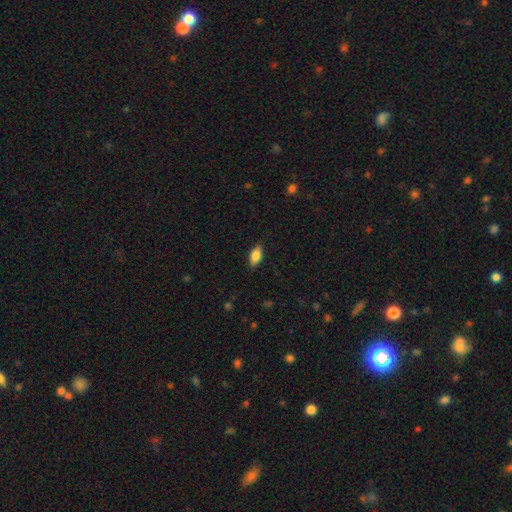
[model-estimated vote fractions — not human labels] Smooth or featured?
  - smooth: 84% *
  - featured or disk: 9%
  - star or artifact: 7%
How rounded?
  - in between: 89% *
  - cigar-shaped: 7%
  - round: 4%
Merging?
  - none: 84% *
  - minor disturbance: 13%
  - major disturbance: 2%
  - merger: 1%